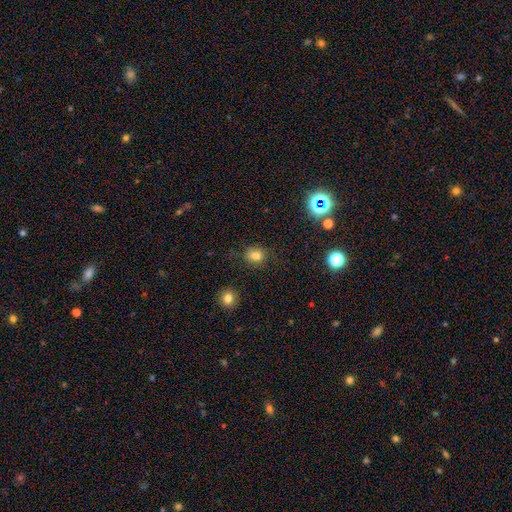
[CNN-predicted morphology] This appears to be a smooth galaxy with no disk features (79%) that is round (60%). Merging: none (79%).